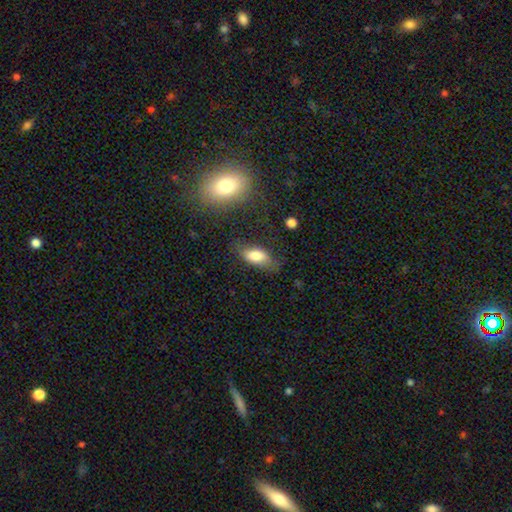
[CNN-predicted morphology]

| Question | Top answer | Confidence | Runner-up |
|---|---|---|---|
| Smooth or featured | smooth | 76% | featured or disk (16%) |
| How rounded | in between | 87% | cigar-shaped (9%) |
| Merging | none | 67% | minor disturbance (23%) |